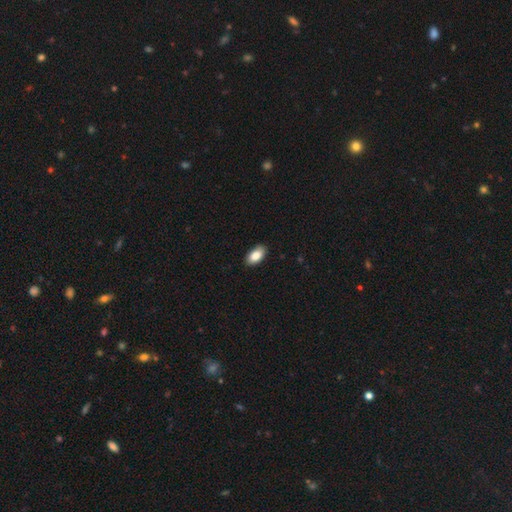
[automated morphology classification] The model was most divided on "merging": none: 88%, minor disturbance: 10%, major disturbance: 2%, merger: 1%. More confident: how rounded — in between (94%); smooth or featured — smooth (86%).